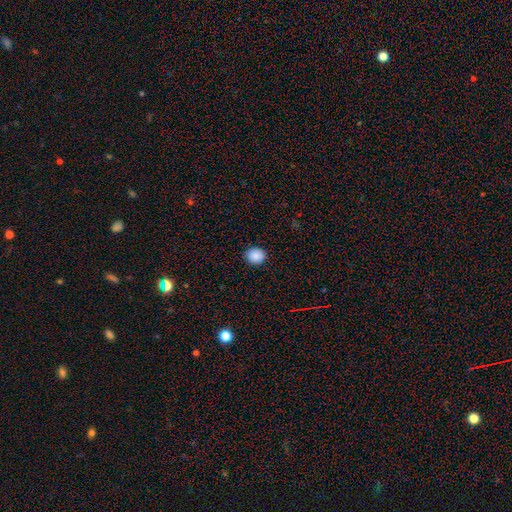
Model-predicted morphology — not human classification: Q: Smooth or featured?
A: smooth (88%); runner-up: star or artifact (9%)
Q: How rounded?
A: round (77%); runner-up: in between (22%)
Q: Merging?
A: none (91%); runner-up: minor disturbance (6%)